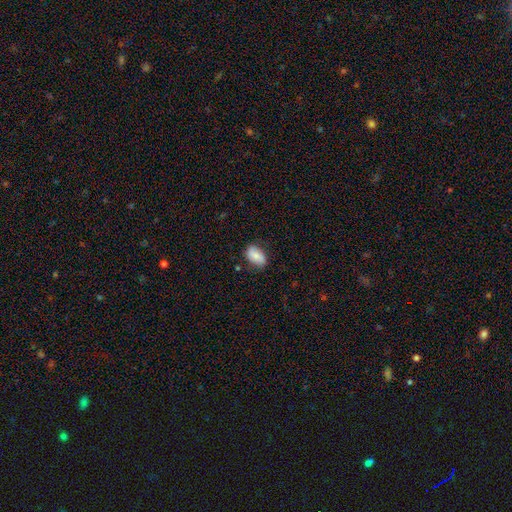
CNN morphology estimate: A smooth galaxy with no disk features (74%) that is in between round and cigar-shaped (92%).

Vote fractions:
- Smooth or featured? smooth: 74% / featured or disk: 18% / star or artifact: 7%
- How rounded? in between: 92% / round: 6% / cigar-shaped: 2%
- Merging? none: 75% / minor disturbance: 19% / major disturbance: 4% / merger: 2%